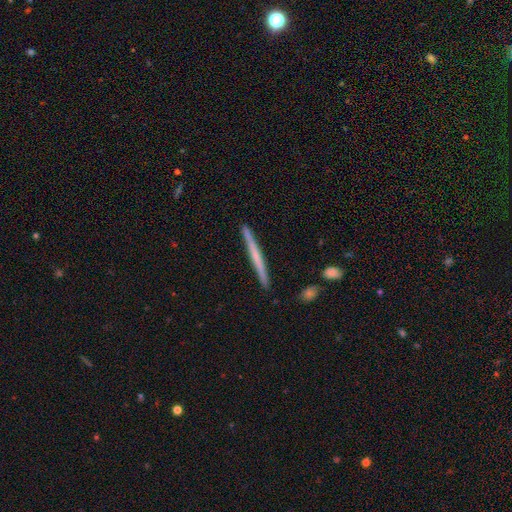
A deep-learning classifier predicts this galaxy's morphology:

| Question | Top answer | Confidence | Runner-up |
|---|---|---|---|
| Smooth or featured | featured or disk | 49% | smooth (45%) |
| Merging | none | 91% | minor disturbance (6%) |